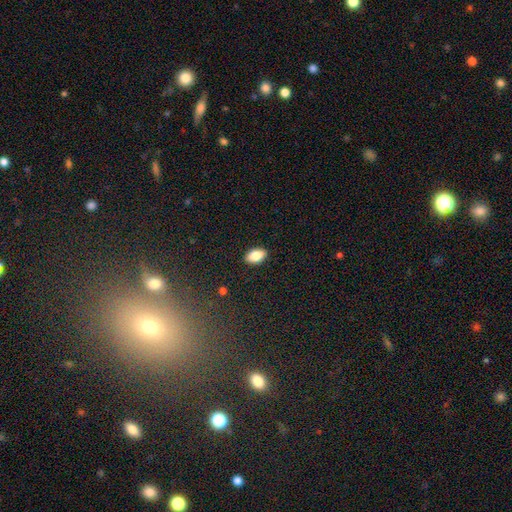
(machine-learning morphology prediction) smooth 83%, featured or disk 10%, star or artifact 8%. Down the decision tree: how rounded — in between (92%); merging — none (89%).